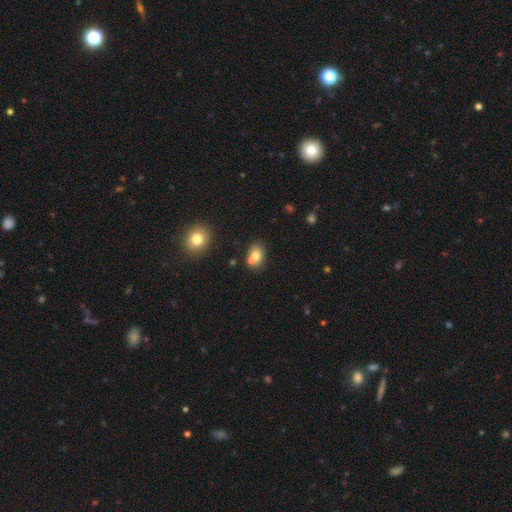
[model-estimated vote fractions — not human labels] Smooth or featured?
  - smooth: 74% *
  - featured or disk: 15%
  - star or artifact: 11%
How rounded?
  - in between: 58% *
  - round: 41%
  - cigar-shaped: 1%
Merging?
  - none: 48% *
  - merger: 37%
  - minor disturbance: 11%
  - major disturbance: 4%